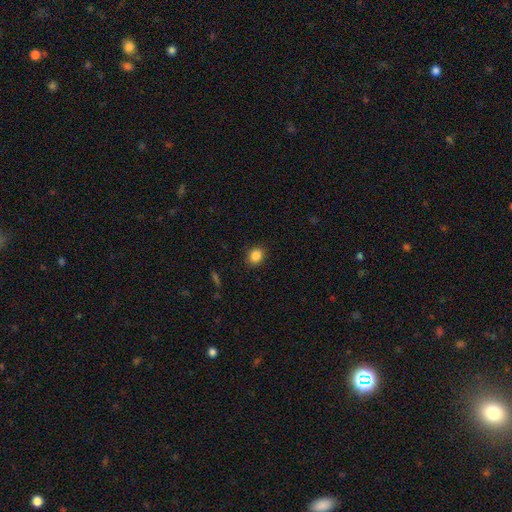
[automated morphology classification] Smooth or featured: smooth — 86% (star or artifact — 10%)
How rounded: round — 63% (in between — 36%)
Merging: none — 88% (minor disturbance — 8%)